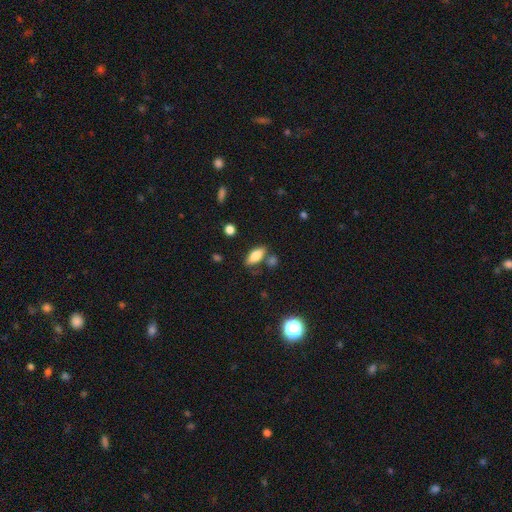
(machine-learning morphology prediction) A smooth galaxy with no disk features (78%) that is in between round and cigar-shaped (80%). Merging: none (71%).